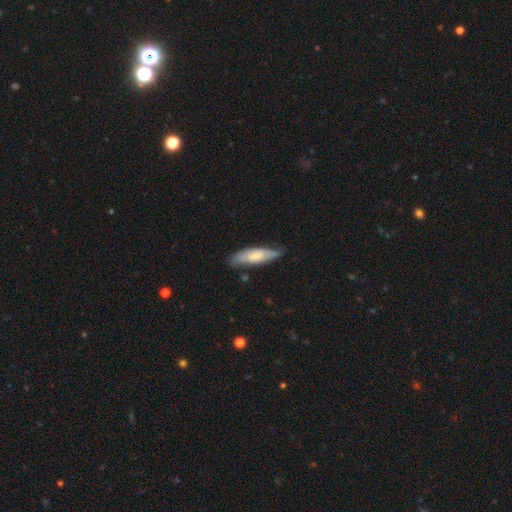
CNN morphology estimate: type=smooth (62%); roundness=cigar-shaped (54%); merging=none (65%).